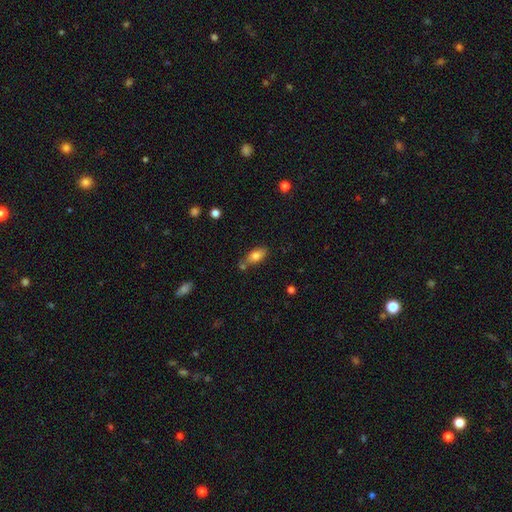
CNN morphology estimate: Q: Smooth or featured?
A: smooth (78%); runner-up: featured or disk (13%)
Q: How rounded?
A: in between (87%); runner-up: cigar-shaped (8%)
Q: Merging?
A: none (63%); runner-up: minor disturbance (17%)